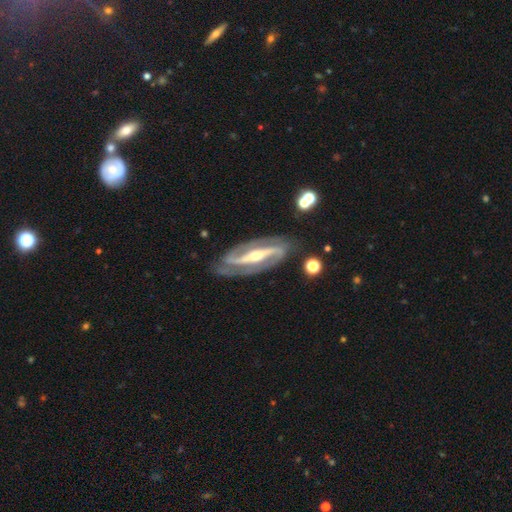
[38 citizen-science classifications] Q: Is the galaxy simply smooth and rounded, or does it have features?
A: featured or disk — 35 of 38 (92%).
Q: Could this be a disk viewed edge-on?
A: no — 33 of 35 (94%).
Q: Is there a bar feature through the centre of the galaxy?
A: strong — 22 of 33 (67%).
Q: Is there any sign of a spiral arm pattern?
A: yes — 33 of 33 (100%).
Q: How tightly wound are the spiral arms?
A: medium — 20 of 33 (61%).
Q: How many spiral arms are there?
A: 2 — 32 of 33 (97%).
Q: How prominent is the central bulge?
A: moderate — 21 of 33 (64%).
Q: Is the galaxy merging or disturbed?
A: none — 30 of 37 (81%).